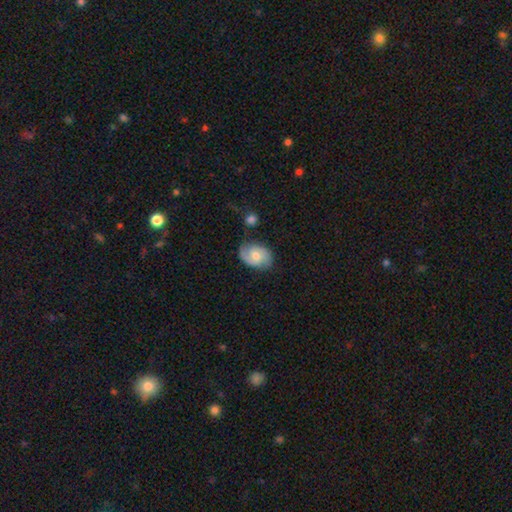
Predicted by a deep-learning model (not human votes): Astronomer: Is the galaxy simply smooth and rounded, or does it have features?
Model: featured or disk — 61%.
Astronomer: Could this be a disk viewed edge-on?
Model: no — 97%.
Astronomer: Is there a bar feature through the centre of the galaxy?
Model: no — 61%.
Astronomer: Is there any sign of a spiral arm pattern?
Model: yes — 90%.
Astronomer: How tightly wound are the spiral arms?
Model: medium — 45% (runner-up: tight, 32%).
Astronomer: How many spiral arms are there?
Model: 2 — 77%.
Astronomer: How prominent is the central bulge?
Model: moderate — 61%.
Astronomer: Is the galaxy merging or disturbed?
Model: none — 66%.